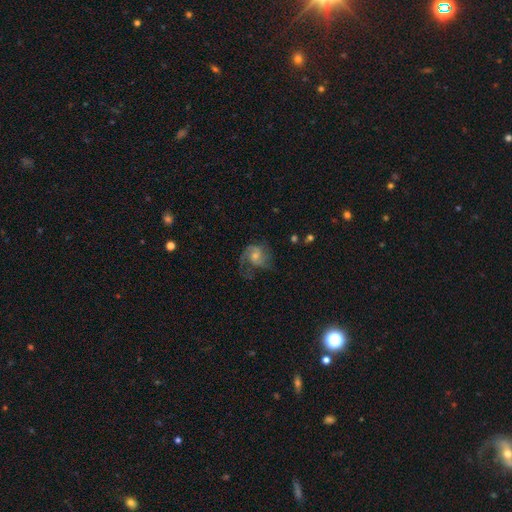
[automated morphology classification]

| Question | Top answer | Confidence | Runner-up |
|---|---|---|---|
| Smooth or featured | featured or disk | 72% | smooth (20%) |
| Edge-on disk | no | 98% | yes (2%) |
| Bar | no | 64% | weak (32%) |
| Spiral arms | yes | 91% | no (9%) |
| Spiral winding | medium | 48% | loose (30%) |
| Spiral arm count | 2 | 47% | 1 (19%) |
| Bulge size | moderate | 46% | small (41%) |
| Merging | none | 49% | major disturbance (27%) |